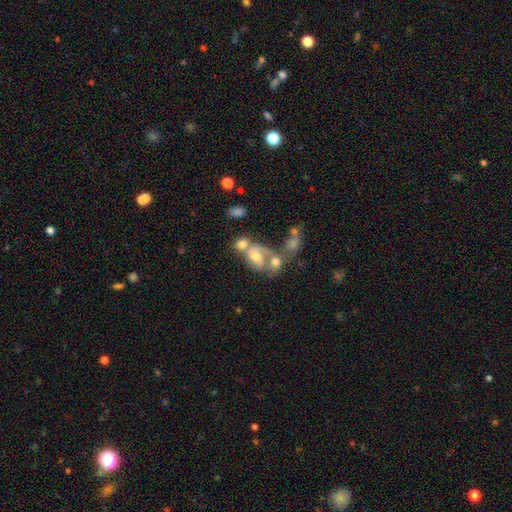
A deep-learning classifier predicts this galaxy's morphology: Q: Smooth or featured?
A: featured or disk (53%); runner-up: smooth (33%)
Q: Edge-on disk?
A: no (96%); runner-up: yes (4%)
Q: Bar?
A: no (65%); runner-up: weak (26%)
Q: Spiral arms?
A: yes (63%); runner-up: no (37%)
Q: Bulge size?
A: moderate (58%); runner-up: small (20%)
Q: Merging?
A: merger (55%); runner-up: none (21%)